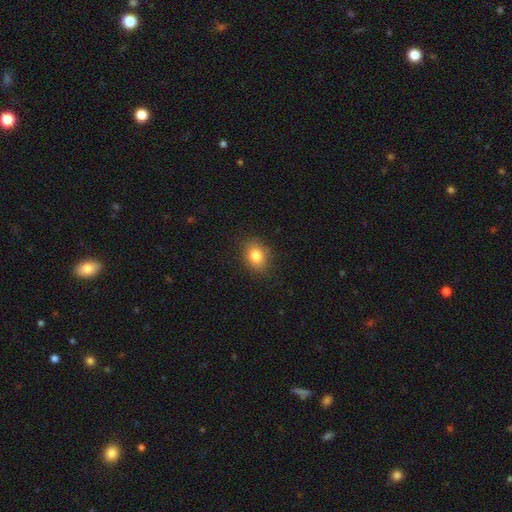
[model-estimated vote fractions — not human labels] Smooth or featured: smooth — 82% (star or artifact — 10%)
How rounded: in between — 58% (round — 41%)
Merging: none — 84% (minor disturbance — 12%)